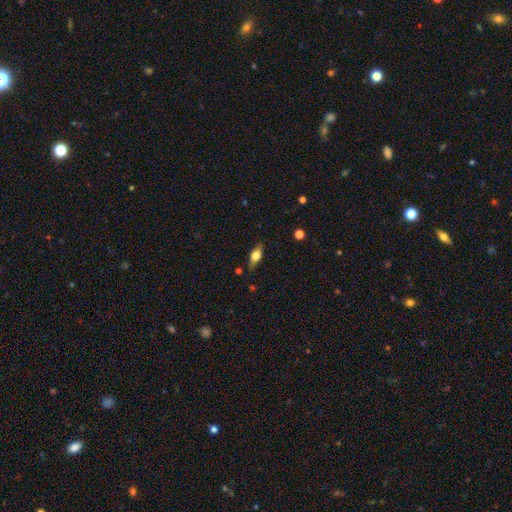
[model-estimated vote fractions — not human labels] Smooth or featured?
  - smooth: 58% *
  - featured or disk: 34%
  - star or artifact: 8%
How rounded?
  - in between: 73% *
  - cigar-shaped: 21%
  - round: 6%
Merging?
  - none: 80% *
  - minor disturbance: 15%
  - major disturbance: 3%
  - merger: 1%